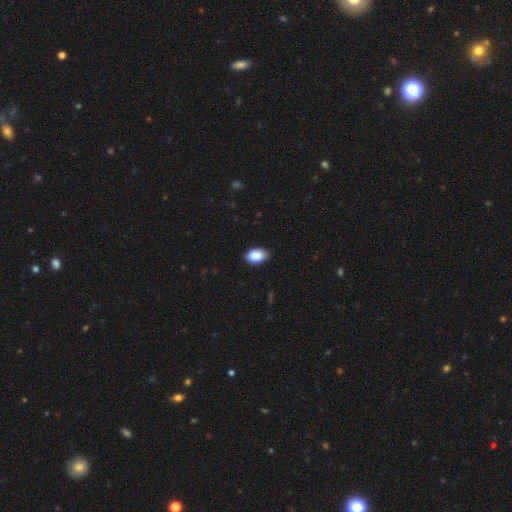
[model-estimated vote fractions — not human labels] This appears to be a smooth galaxy with no disk features (90%) that is in between round and cigar-shaped (90%). Merging: none (81%).